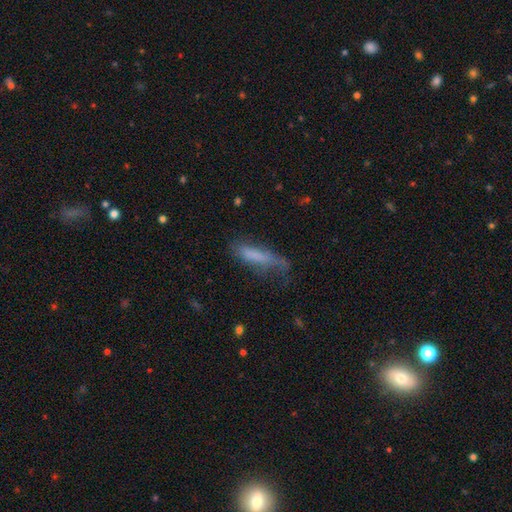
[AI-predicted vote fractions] Smooth or featured?
  - smooth: 69% *
  - featured or disk: 22%
  - star or artifact: 9%
How rounded?
  - cigar-shaped: 72% *
  - in between: 27%
  - round: 2%
Merging?
  - none: 38% *
  - minor disturbance: 32%
  - major disturbance: 27%
  - merger: 3%